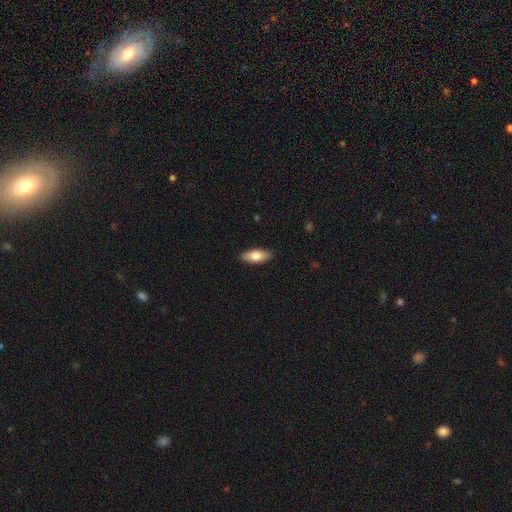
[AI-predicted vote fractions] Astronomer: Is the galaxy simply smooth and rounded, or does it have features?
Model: smooth — 77%.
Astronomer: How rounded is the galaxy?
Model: in between — 80%.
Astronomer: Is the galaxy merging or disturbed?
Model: none — 89%.